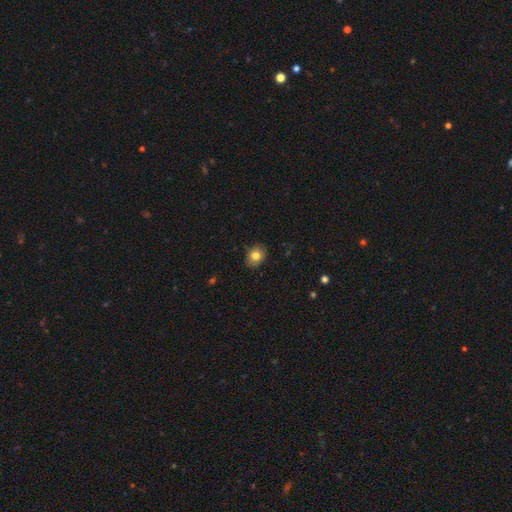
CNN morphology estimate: Smooth or featured? smooth (79%)
How rounded? in between (53%)
Merging? none (85%)